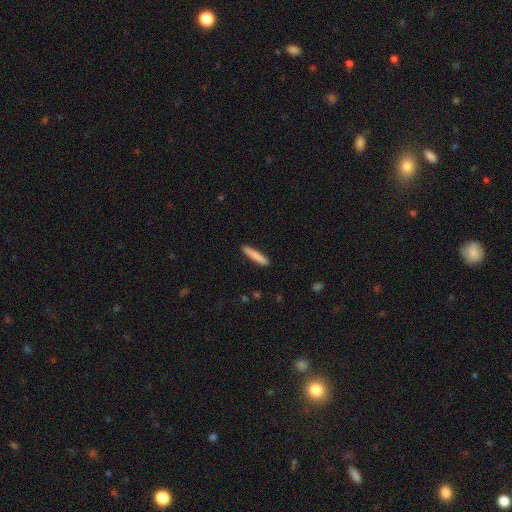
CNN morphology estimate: Smooth or featured?
  - smooth: 83% *
  - featured or disk: 11%
  - star or artifact: 6%
How rounded?
  - cigar-shaped: 92% *
  - in between: 7%
  - round: 1%
Merging?
  - none: 90% *
  - minor disturbance: 7%
  - major disturbance: 2%
  - merger: 1%